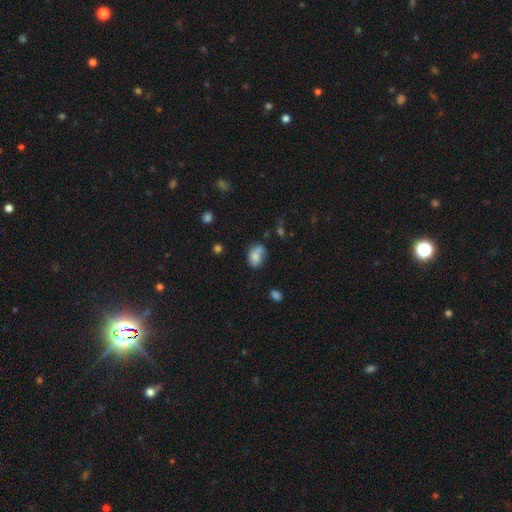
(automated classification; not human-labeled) A smooth galaxy with no disk features (69%) that is in between round and cigar-shaped (73%).

Vote fractions:
- Smooth or featured? smooth: 69% / featured or disk: 21% / star or artifact: 10%
- How rounded? in between: 73% / round: 26% / cigar-shaped: 1%
- Merging? none: 43% / minor disturbance: 26% / merger: 20% / major disturbance: 11%